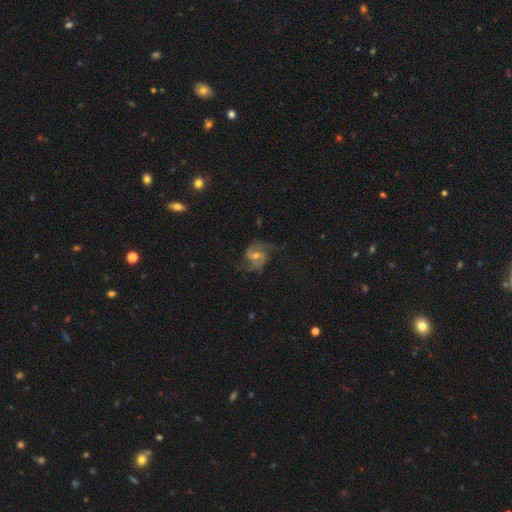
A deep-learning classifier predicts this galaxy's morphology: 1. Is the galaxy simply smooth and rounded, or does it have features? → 84% featured or disk, 9% smooth, 7% star or artifact.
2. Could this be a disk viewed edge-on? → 97% no, 3% yes.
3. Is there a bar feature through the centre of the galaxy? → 45% weak, 40% no, 15% strong.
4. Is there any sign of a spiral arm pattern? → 96% yes, 4% no.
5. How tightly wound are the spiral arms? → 50% medium, 35% loose, 15% tight.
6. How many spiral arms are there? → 89% 2, 4% can't tell, 3% 3, 2% 1, 1% 4, 1% more than 4.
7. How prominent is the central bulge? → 58% moderate, 35% small, 3% large, 2% none, 1% dominant.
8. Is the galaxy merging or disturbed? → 70% none, 17% minor disturbance, 12% major disturbance, 1% merger.